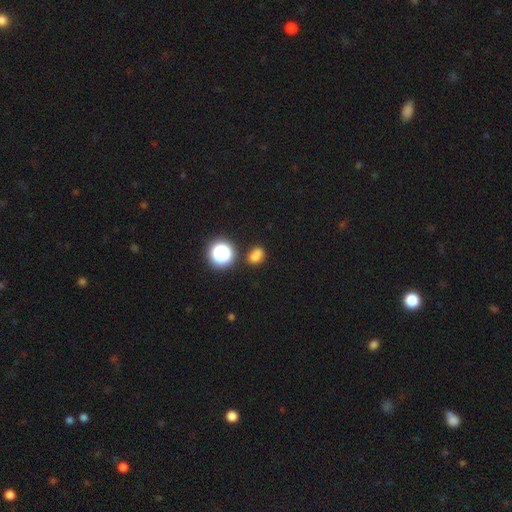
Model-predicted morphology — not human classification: This is likely a smooth galaxy (70%). How rounded: possibly in between (49%, tied with round). Merging: possibly none (55%).